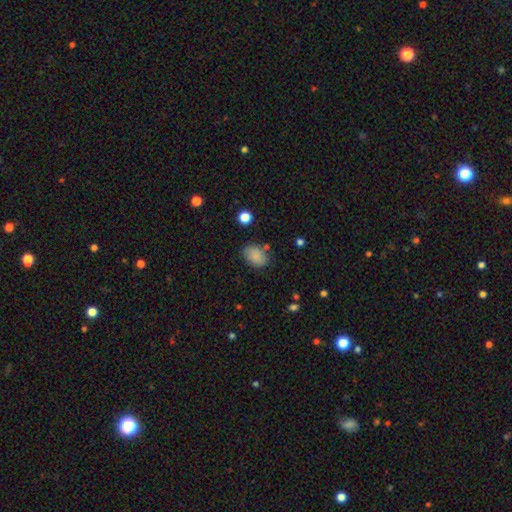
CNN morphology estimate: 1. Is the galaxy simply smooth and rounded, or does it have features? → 84% smooth, 9% star or artifact, 7% featured or disk.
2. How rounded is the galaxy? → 78% in between, 21% round, 1% cigar-shaped.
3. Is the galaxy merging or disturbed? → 76% none, 16% minor disturbance, 4% major disturbance, 4% merger.